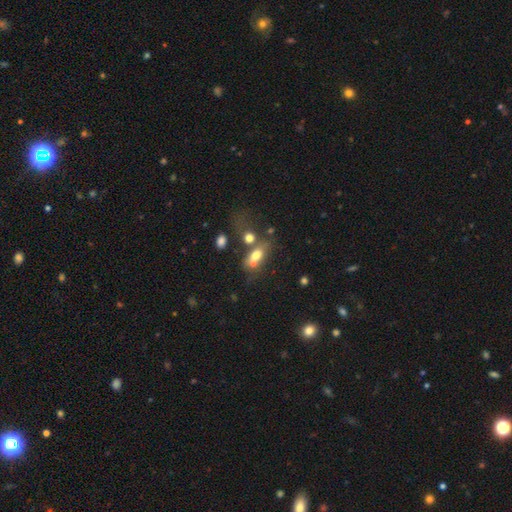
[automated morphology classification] type=smooth (67%); roundness=in between (76%); merging=merger (42%).